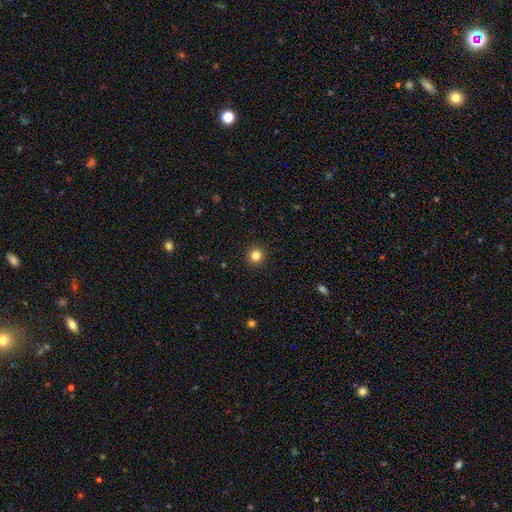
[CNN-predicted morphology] type=smooth (83%); roundness=round (95%); merging=none (93%).